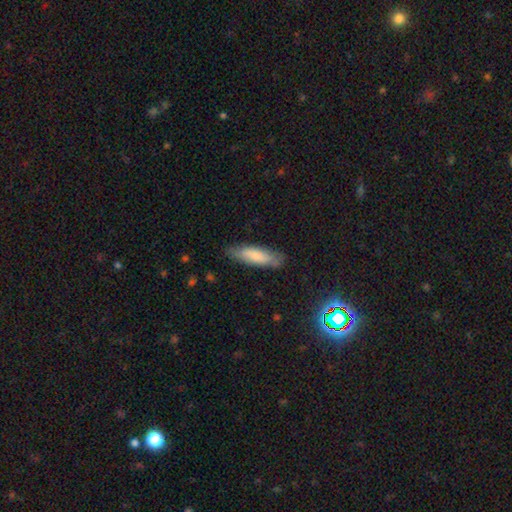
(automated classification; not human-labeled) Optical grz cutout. It shows a smooth galaxy with no disk features (74%) that is cigar-shaped (57%). Merging: none (77%).